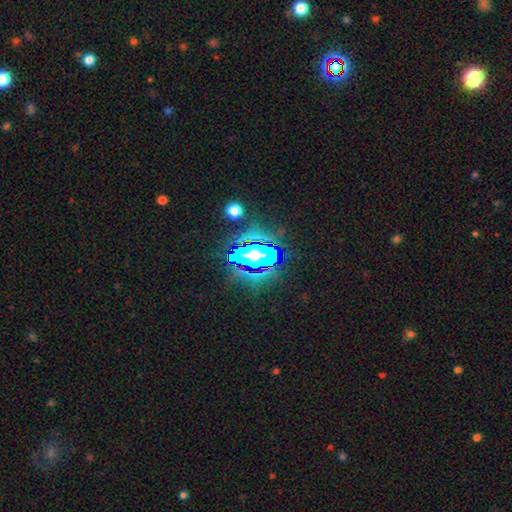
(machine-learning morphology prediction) This appears to be a star or artifact, not a galaxy (81%).